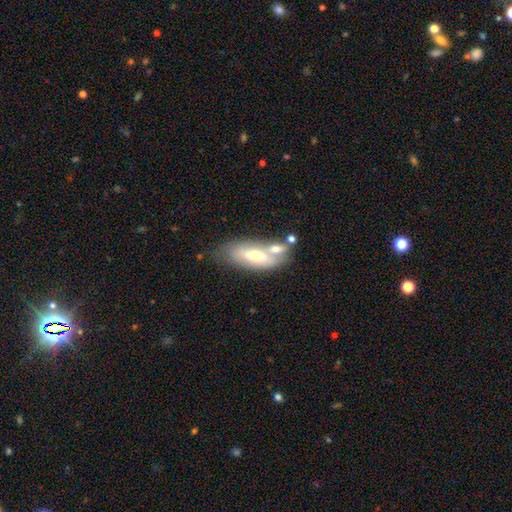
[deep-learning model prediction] This appears to be a featured or disk galaxy (50%). Merging: none (39%).